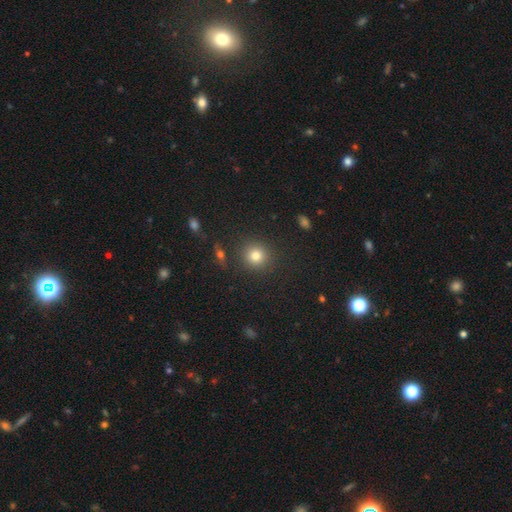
Morphology: type=smooth (81%); roundness=round (90%); merging=none (94%).